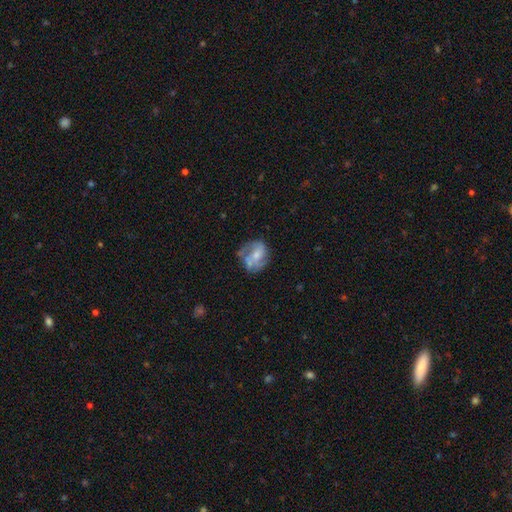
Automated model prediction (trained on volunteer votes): Morphology: type=featured or disk (59%); edge-on=no (98%); bar=no (68%); spiral arms=yes (63%); bulge=moderate (43%); merging=none (49%).